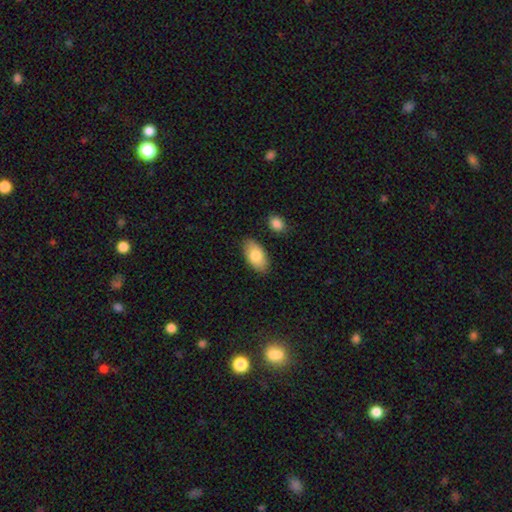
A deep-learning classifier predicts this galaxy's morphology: smooth_or_featured: smooth (p=0.82) [alt: featured or disk p=0.12]
how_rounded: in between (p=0.95) [alt: round p=0.03]
merging: none (p=0.83) [alt: minor disturbance p=0.11]